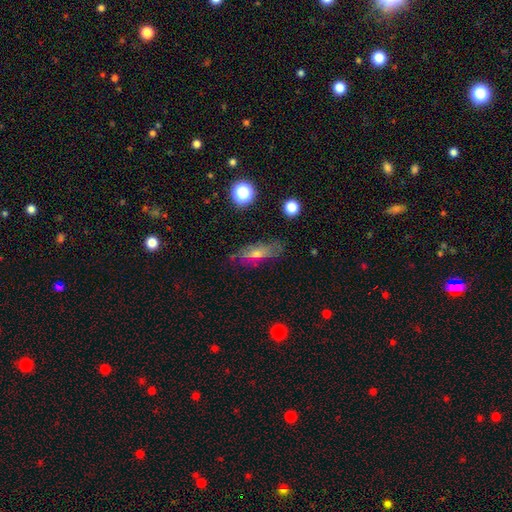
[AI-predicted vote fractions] Smooth or featured: featured or disk — 50% (smooth — 35%)
Edge-on disk: no — 68% (yes — 32%)
Merging: none — 75% (minor disturbance — 17%)